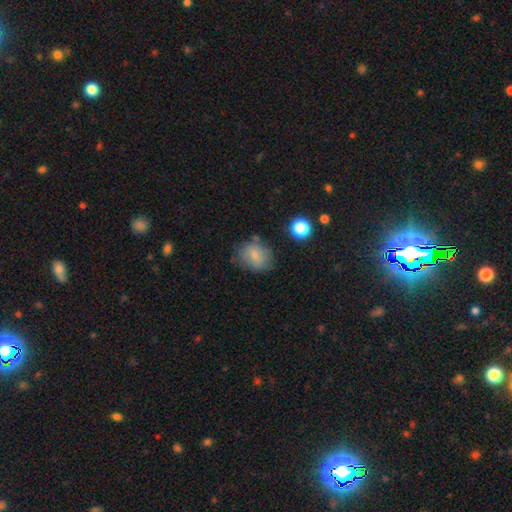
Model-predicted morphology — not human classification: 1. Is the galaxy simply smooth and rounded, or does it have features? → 75% smooth, 15% featured or disk, 10% star or artifact.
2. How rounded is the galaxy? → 59% round, 40% in between, 1% cigar-shaped.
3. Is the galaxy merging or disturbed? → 63% none, 24% minor disturbance, 8% major disturbance, 5% merger.